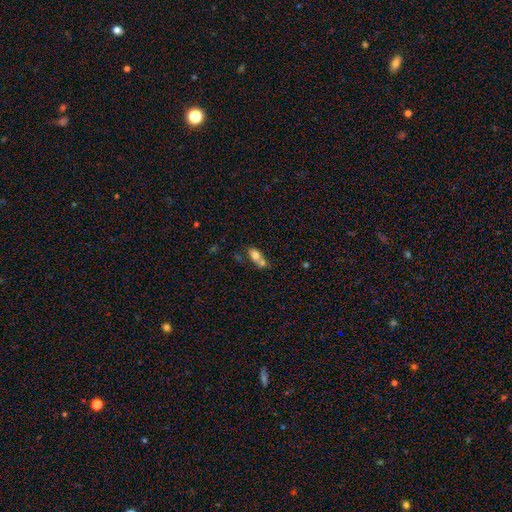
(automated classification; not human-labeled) The model was most divided on "merging": merger: 58%, none: 27%, minor disturbance: 10%, major disturbance: 5%. More confident: how rounded — in between (76%); smooth or featured — smooth (72%).